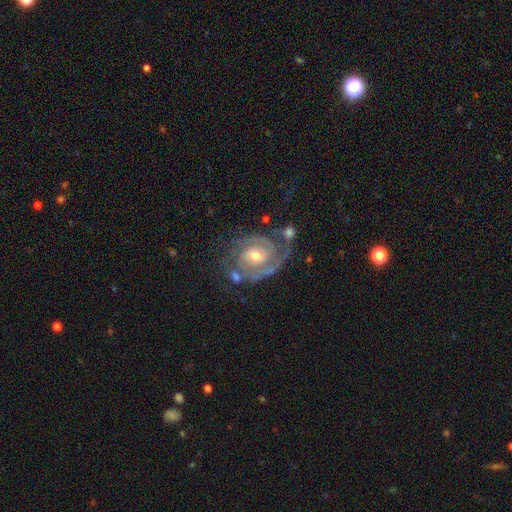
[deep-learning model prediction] This appears to be a featured or disk galaxy (91%) with no bar (54%), 2 (73%) tight (66%) spiral arms (98%) and a moderate central bulge (53%). Merging: none (61%).